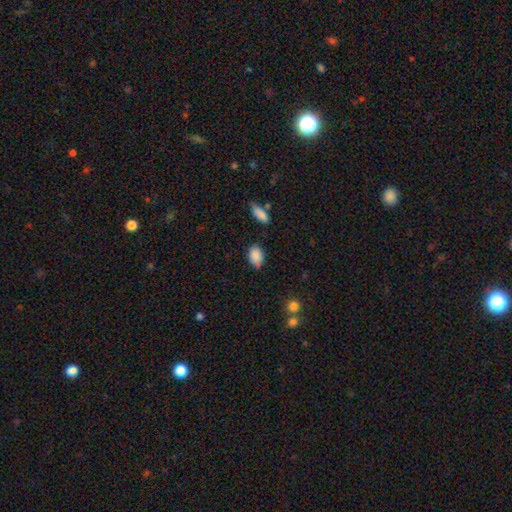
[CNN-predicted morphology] Q: Smooth or featured?
A: smooth (87%); runner-up: star or artifact (8%)
Q: How rounded?
A: in between (82%); runner-up: round (16%)
Q: Merging?
A: none (71%); runner-up: minor disturbance (20%)